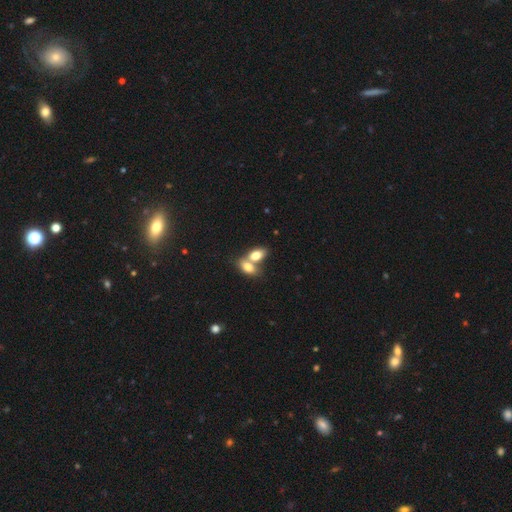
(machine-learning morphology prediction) Q: Smooth or featured?
A: smooth (77%); runner-up: featured or disk (16%)
Q: How rounded?
A: in between (86%); runner-up: round (10%)
Q: Merging?
A: merger (64%); runner-up: none (26%)